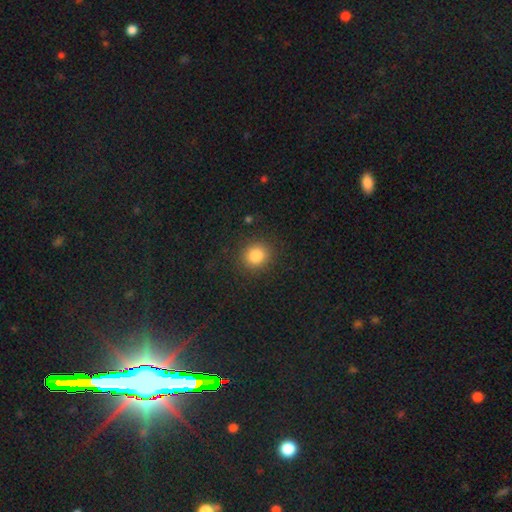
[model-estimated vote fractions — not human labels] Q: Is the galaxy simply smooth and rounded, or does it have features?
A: smooth — 83%.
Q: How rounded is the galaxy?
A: round — 85%.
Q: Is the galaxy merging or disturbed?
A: none — 89%.